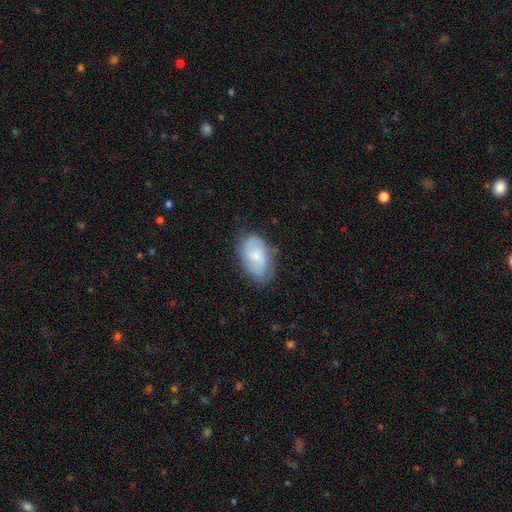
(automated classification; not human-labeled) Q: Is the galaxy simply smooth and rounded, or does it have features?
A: featured or disk — 47%.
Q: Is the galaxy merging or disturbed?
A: none — 69%.